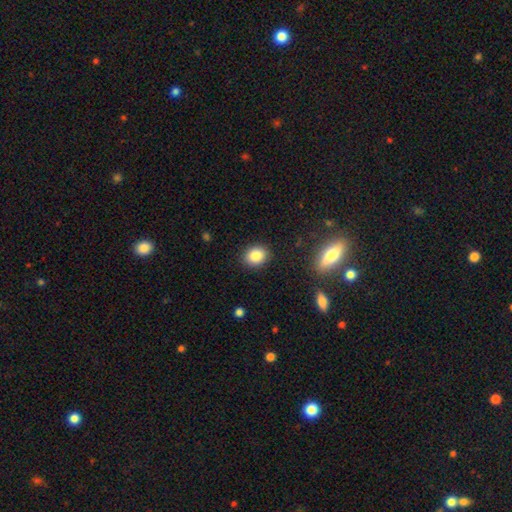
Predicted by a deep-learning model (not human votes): Smooth or featured?
  - smooth: 84% *
  - star or artifact: 10%
  - featured or disk: 6%
How rounded?
  - round: 56% *
  - in between: 43%
  - cigar-shaped: 1%
Merging?
  - none: 89% *
  - minor disturbance: 8%
  - major disturbance: 2%
  - merger: 1%